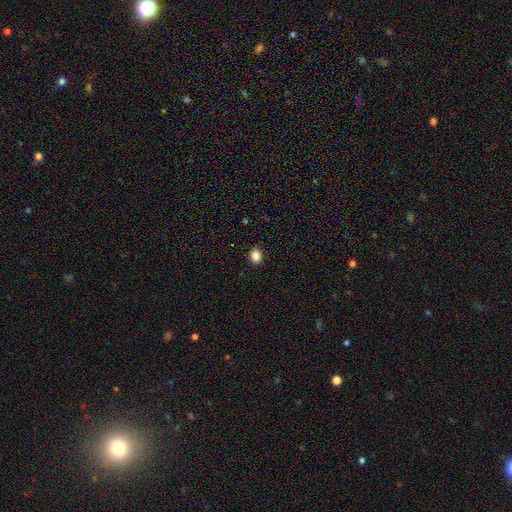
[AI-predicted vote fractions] The model was most divided on "how rounded": round: 65%, in between: 34%, cigar-shaped: 1%. More confident: merging — none (91%); smooth or featured — smooth (86%).